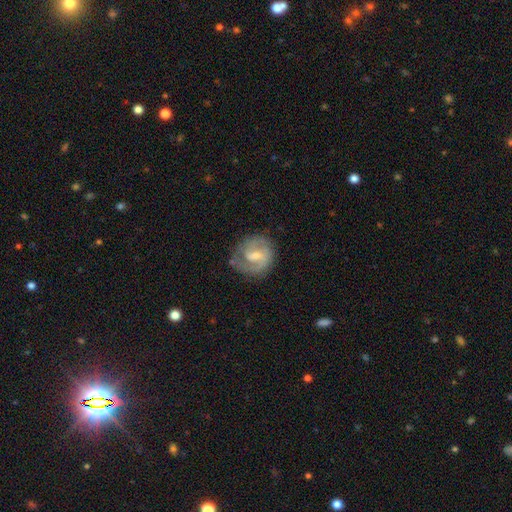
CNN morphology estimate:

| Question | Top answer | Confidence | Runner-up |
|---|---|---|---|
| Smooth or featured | featured or disk | 75% | smooth (20%) |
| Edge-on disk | no | 98% | yes (2%) |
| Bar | weak | 57% | no (28%) |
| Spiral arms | yes | 91% | no (9%) |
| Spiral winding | medium | 47% | tight (35%) |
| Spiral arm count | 2 | 64% | 1 (17%) |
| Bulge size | small | 52% | moderate (40%) |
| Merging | none | 68% | minor disturbance (19%) |